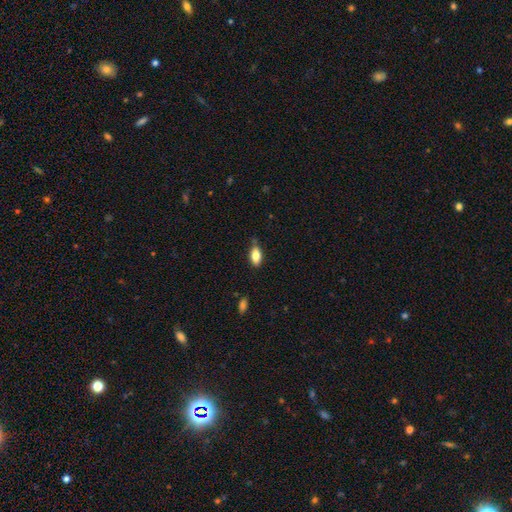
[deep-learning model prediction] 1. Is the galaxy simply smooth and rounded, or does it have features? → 79% smooth, 14% featured or disk, 7% star or artifact.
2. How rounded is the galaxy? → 88% in between, 9% cigar-shaped, 3% round.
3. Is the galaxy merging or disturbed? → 75% none, 19% minor disturbance, 3% major disturbance, 3% merger.